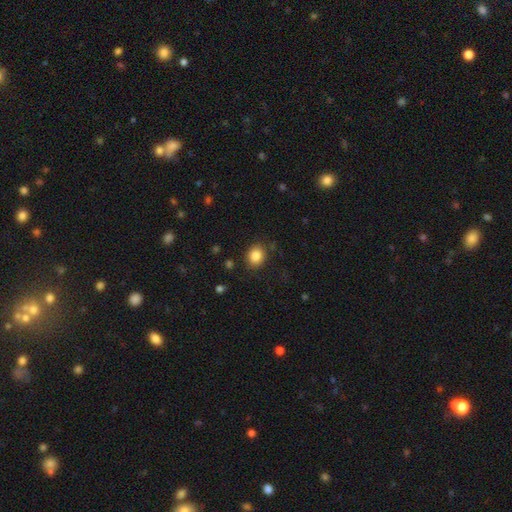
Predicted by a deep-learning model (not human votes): A smooth galaxy with no disk features (86%) that is round (63%).

Vote fractions:
- Smooth or featured? smooth: 86% / star or artifact: 9% / featured or disk: 5%
- How rounded? round: 63% / in between: 36% / cigar-shaped: 1%
- Merging? none: 85% / minor disturbance: 10% / major disturbance: 3% / merger: 2%